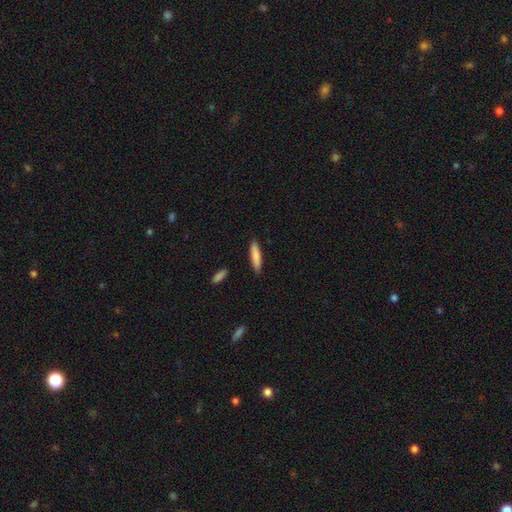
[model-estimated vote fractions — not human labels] Q: Smooth or featured?
A: smooth (83%); runner-up: featured or disk (11%)
Q: How rounded?
A: cigar-shaped (83%); runner-up: in between (15%)
Q: Merging?
A: none (88%); runner-up: minor disturbance (8%)